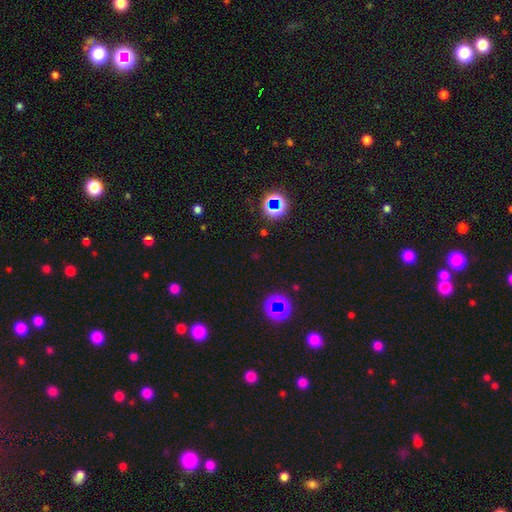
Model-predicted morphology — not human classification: Q: Smooth or featured?
A: star or artifact (61%); runner-up: smooth (29%)